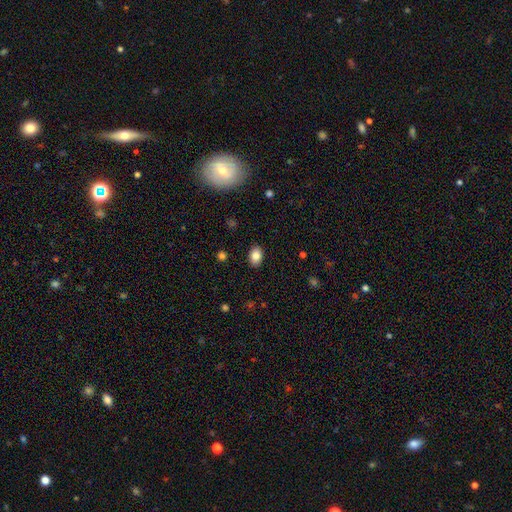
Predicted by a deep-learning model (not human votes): This appears to be a smooth galaxy with no disk features (84%) that is in between round and cigar-shaped (82%). Merging: none (88%).